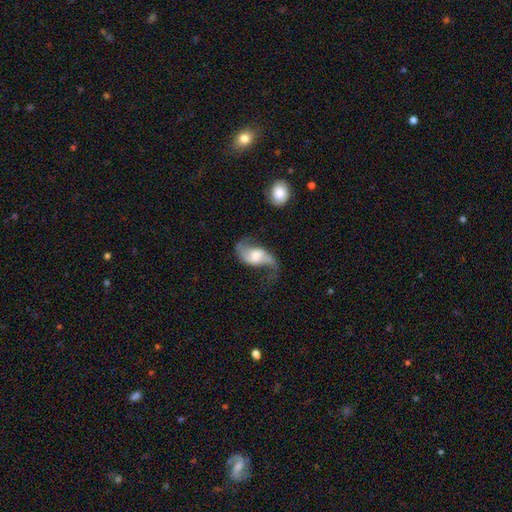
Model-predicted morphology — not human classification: smooth-or-featured: featured or disk: 78% | smooth: 16% | star or artifact: 6%
  disk-edge-on: no: 96% | yes: 4%
    bar: weak: 44% | no: 36% | strong: 20%
    has-spiral-arms: yes: 92% | no: 8%
      spiral-winding: loose: 79% | medium: 17% | tight: 4%
      spiral-arm-count: 2: 88% | 1: 6% | can't tell: 3% | 3: 1% | 4: 1% | more than 4: 1%
    bulge-size: moderate: 49% | small: 23% | large: 19% | none: 6% | dominant: 3%
  merging: none: 48% | major disturbance: 26% | minor disturbance: 21% | merger: 5%